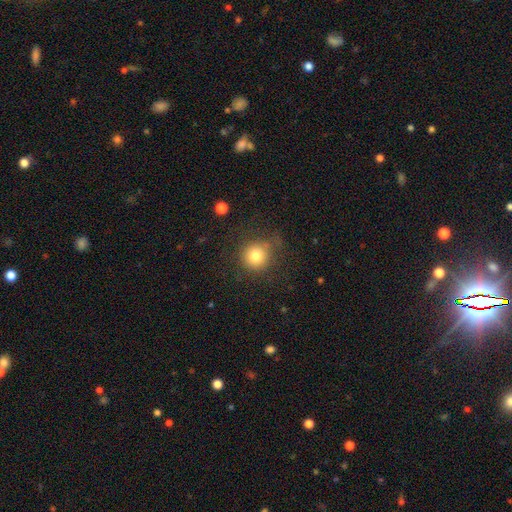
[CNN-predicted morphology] A smooth galaxy with no disk features (80%) that is round (92%).

Vote fractions:
- Smooth or featured? smooth: 80% / star or artifact: 12% / featured or disk: 9%
- How rounded? round: 92% / in between: 7% / cigar-shaped: 1%
- Merging? none: 74% / minor disturbance: 16% / major disturbance: 7% / merger: 2%